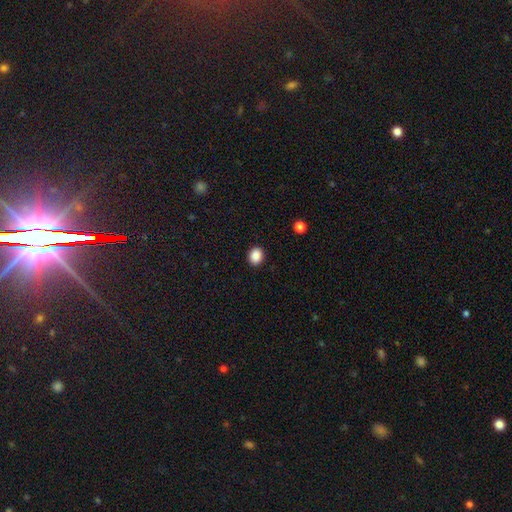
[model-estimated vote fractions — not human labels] Morphology: type=smooth (88%); roundness=round (61%); merging=none (91%).